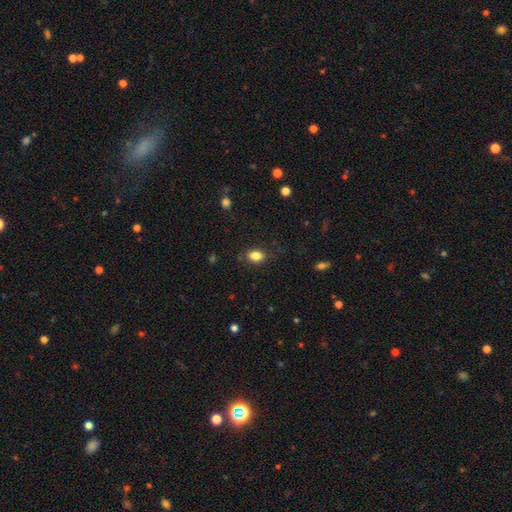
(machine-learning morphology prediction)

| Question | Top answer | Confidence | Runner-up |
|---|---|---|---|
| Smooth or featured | smooth | 84% | star or artifact (9%) |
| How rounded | in between | 82% | round (16%) |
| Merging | none | 83% | minor disturbance (12%) |